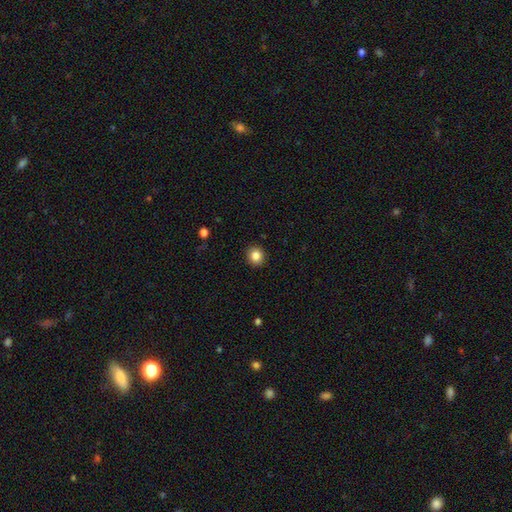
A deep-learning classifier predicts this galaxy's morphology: This appears to be a smooth galaxy with no disk features (84%) that is round (87%). Merging: none (92%).